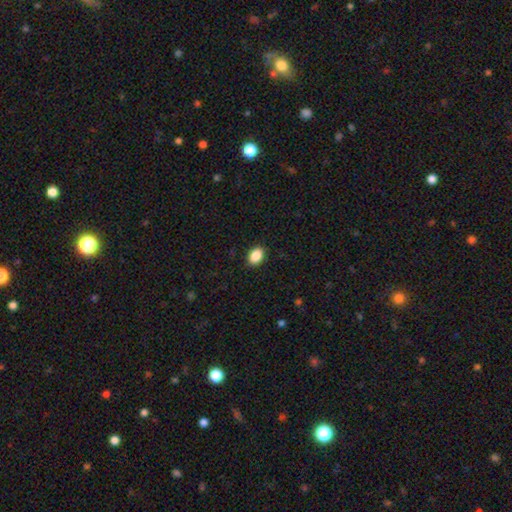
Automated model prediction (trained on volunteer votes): A smooth galaxy with no disk features (89%) that is in between round and cigar-shaped (81%).

Vote fractions:
- Smooth or featured? smooth: 89% / star or artifact: 8% / featured or disk: 3%
- How rounded? in between: 81% / round: 18% / cigar-shaped: 1%
- Merging? none: 90% / minor disturbance: 7% / major disturbance: 2% / merger: 1%